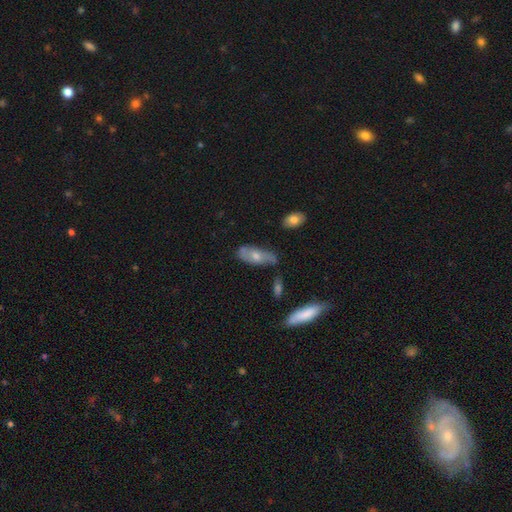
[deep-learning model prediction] Smooth or featured?
  - featured or disk: 48% *
  - smooth: 45%
  - star or artifact: 8%
Merging?
  - none: 53% *
  - minor disturbance: 29%
  - major disturbance: 12%
  - merger: 6%